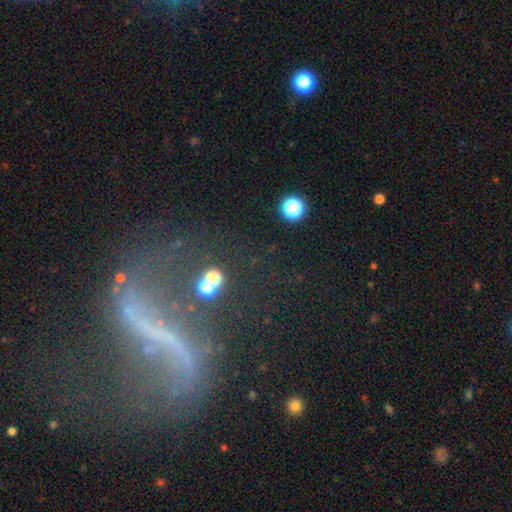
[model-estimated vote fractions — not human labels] Smooth or featured? featured or disk (58%)
Edge-on disk? no (88%)
Bar? strong (40%)
Spiral arms? yes (62%)
Bulge size? none (57%)
Merging? none (55%)